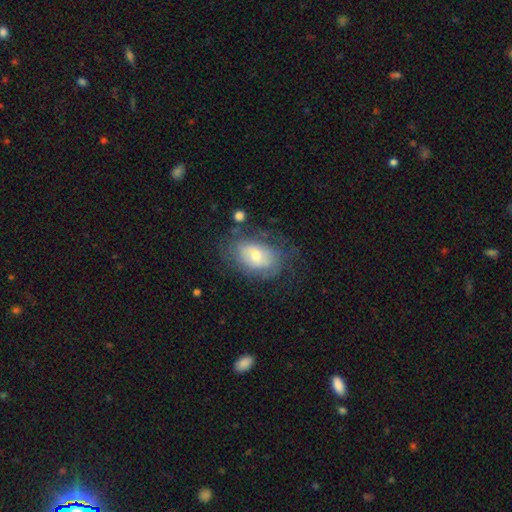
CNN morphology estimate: Smooth or featured?
  - featured or disk: 48% *
  - smooth: 44%
  - star or artifact: 8%
Merging?
  - none: 56% *
  - minor disturbance: 24%
  - major disturbance: 17%
  - merger: 3%